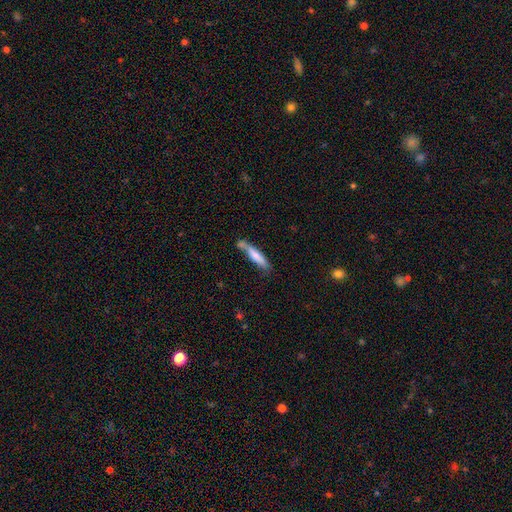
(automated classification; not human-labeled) Smooth or featured?
  - smooth: 71% *
  - featured or disk: 23%
  - star or artifact: 6%
How rounded?
  - cigar-shaped: 84% *
  - in between: 15%
  - round: 1%
Merging?
  - none: 52% *
  - minor disturbance: 21%
  - merger: 19%
  - major disturbance: 7%